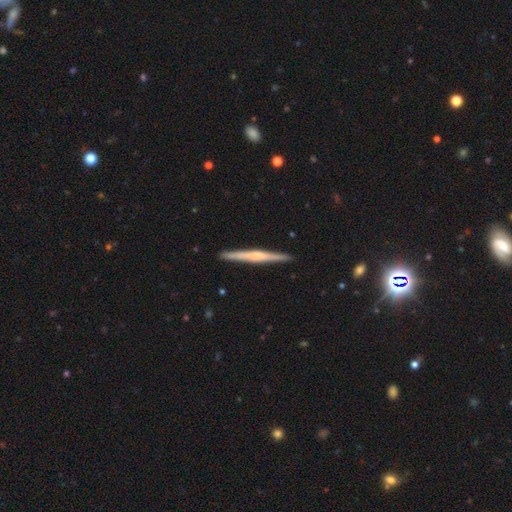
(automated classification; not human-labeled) A featured or disk galaxy (67%) viewed edge-on (98%) with a rounded central bulge (50%). Merging: none (92%).